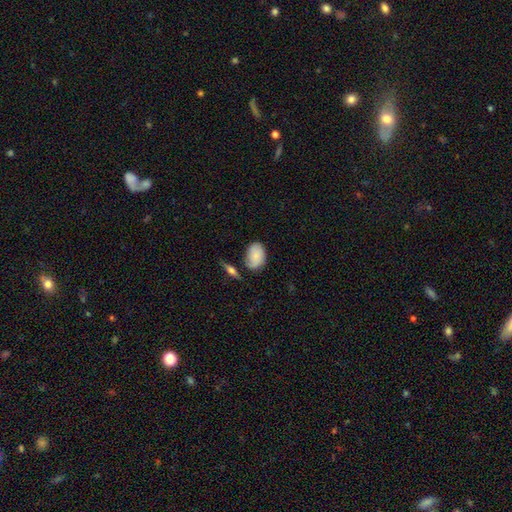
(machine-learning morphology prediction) smooth-or-featured: smooth: 79% | featured or disk: 14% | star or artifact: 7%
  how-rounded: in between: 85% | round: 14% | cigar-shaped: 2%
  merging: none: 60% | minor disturbance: 26% | merger: 8% | major disturbance: 6%